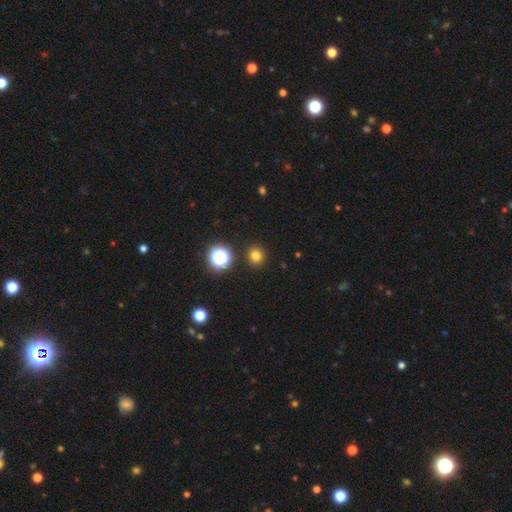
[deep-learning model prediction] Smooth or featured? smooth (77%)
How rounded? round (91%)
Merging? none (91%)